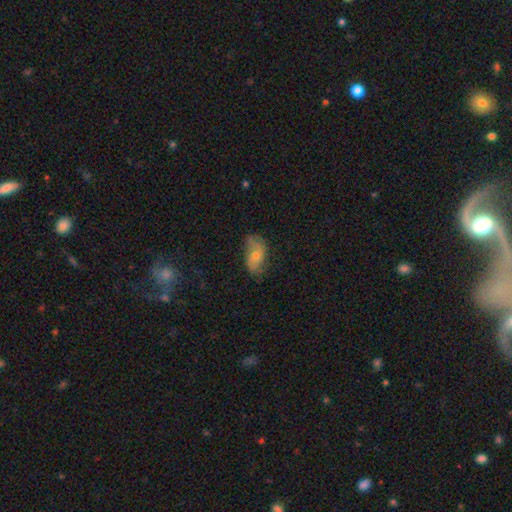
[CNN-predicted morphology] A smooth galaxy with no disk features (51%) that is in between round and cigar-shaped (89%). Merging: none (58%).